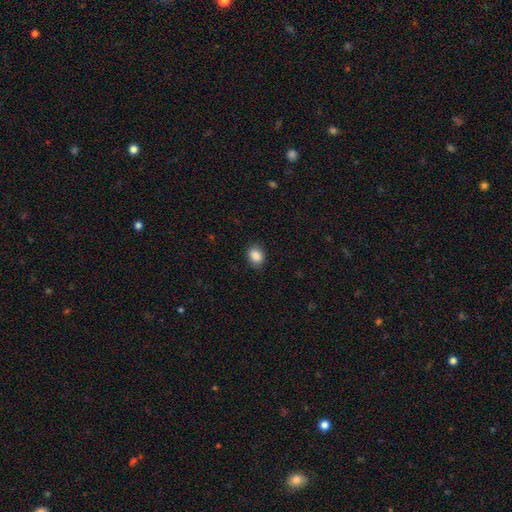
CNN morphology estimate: smooth 87%, star or artifact 8%, featured or disk 4%. Down the decision tree: how rounded — in between (63%); merging — none (84%).